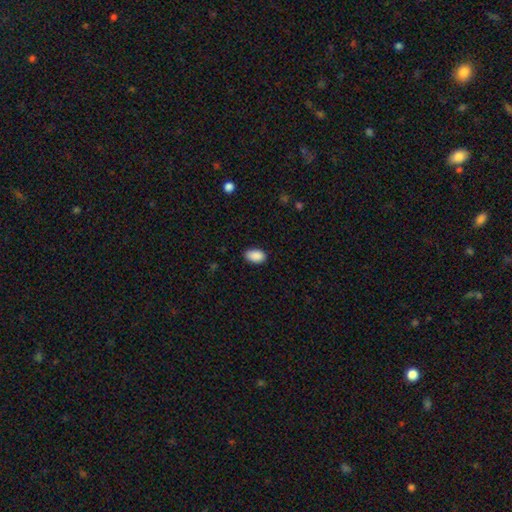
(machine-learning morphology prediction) smooth-or-featured: smooth: 90% | star or artifact: 7% | featured or disk: 3%
  how-rounded: in between: 92% | round: 6% | cigar-shaped: 1%
  merging: none: 84% | minor disturbance: 13% | major disturbance: 2% | merger: 1%